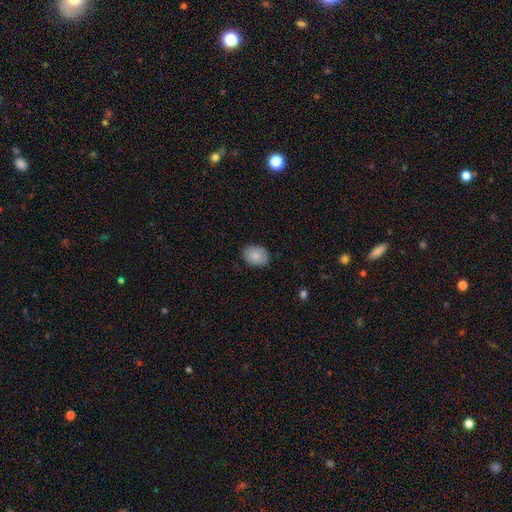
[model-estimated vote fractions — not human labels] Smooth or featured? Predicted: smooth (p=0.86). How rounded? Predicted: in between (p=0.72). Merging? Predicted: none (p=0.85).